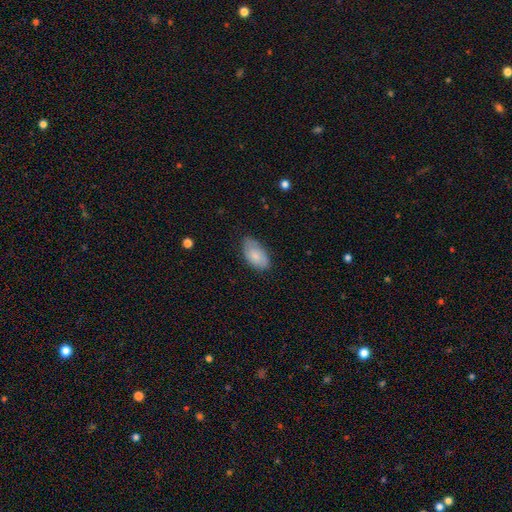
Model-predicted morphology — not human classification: Q: Smooth or featured?
A: smooth (78%); runner-up: featured or disk (16%)
Q: How rounded?
A: in between (95%); runner-up: round (4%)
Q: Merging?
A: none (71%); runner-up: minor disturbance (24%)